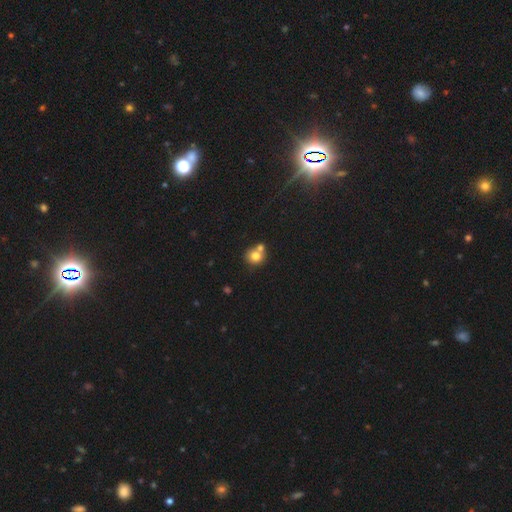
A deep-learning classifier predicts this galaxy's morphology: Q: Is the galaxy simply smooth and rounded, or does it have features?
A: smooth — 77%.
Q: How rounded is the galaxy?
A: round — 84%.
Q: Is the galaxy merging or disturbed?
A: none — 48%.